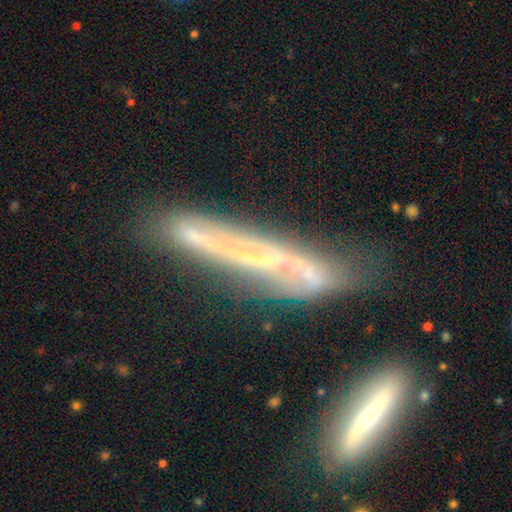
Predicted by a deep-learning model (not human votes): Smooth or featured?
  - featured or disk: 74% *
  - smooth: 17%
  - star or artifact: 9%
Edge-on disk?
  - yes: 69% *
  - no: 31%
Edge-on bulge?
  - none: 65% *
  - rounded: 26%
  - boxy: 9%
Merging?
  - none: 52% *
  - minor disturbance: 23%
  - merger: 14%
  - major disturbance: 11%